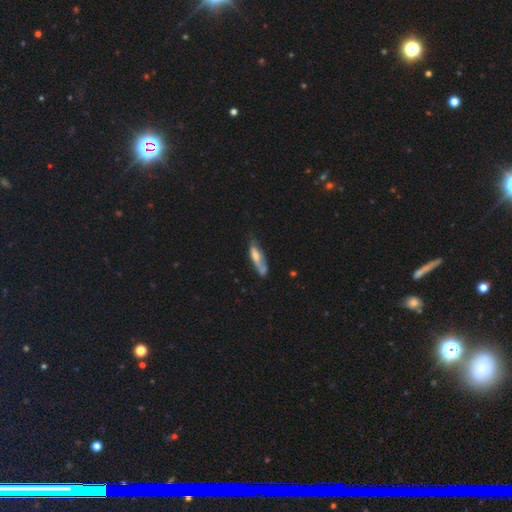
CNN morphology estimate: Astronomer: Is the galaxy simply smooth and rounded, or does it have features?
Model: smooth — 53% (runner-up: featured or disk, 41%).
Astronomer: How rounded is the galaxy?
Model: cigar-shaped — 58% (runner-up: in between, 41%).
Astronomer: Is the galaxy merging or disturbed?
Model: none — 48% (runner-up: minor disturbance, 30%).